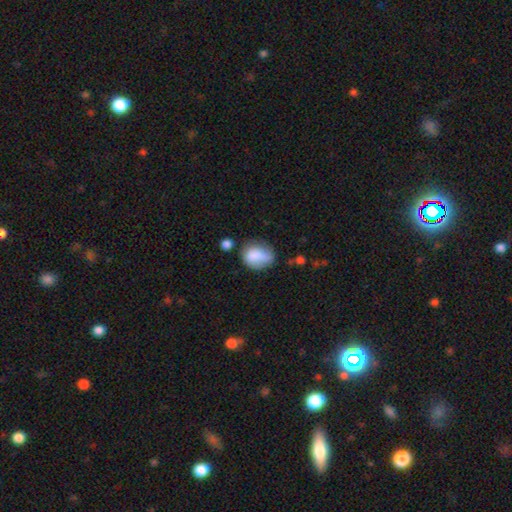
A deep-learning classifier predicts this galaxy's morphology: Smooth or featured? Predicted: smooth (p=0.80). How rounded? Predicted: in between (p=0.55). Merging? Predicted: none (p=0.48).